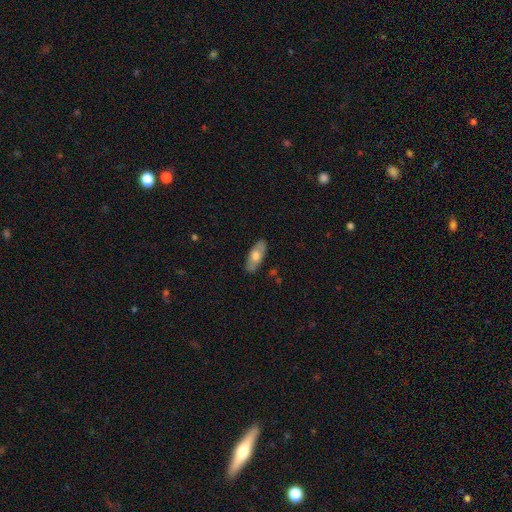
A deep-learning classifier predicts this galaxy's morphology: Smooth or featured? smooth (61%)
How rounded? in between (83%)
Merging? none (85%)